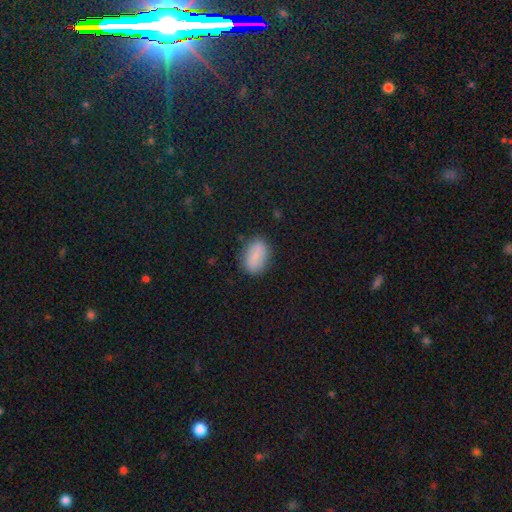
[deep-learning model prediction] Overall: smooth (80%). How rounded: in between (86%). Merging: none (81%).